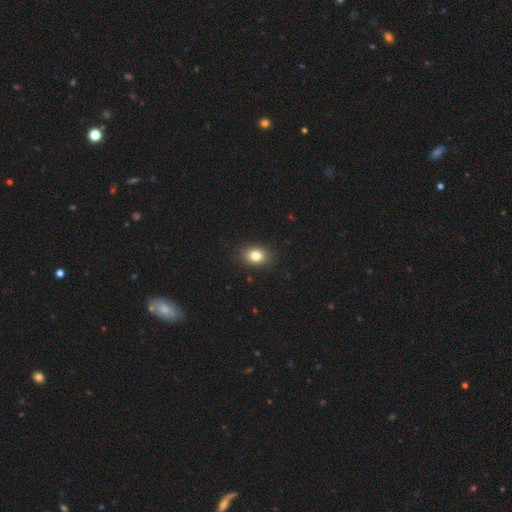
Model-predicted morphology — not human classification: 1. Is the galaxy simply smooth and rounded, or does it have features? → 82% smooth, 10% star or artifact, 8% featured or disk.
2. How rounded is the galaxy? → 66% in between, 32% round, 1% cigar-shaped.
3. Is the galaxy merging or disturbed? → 89% none, 8% minor disturbance, 2% major disturbance, 1% merger.